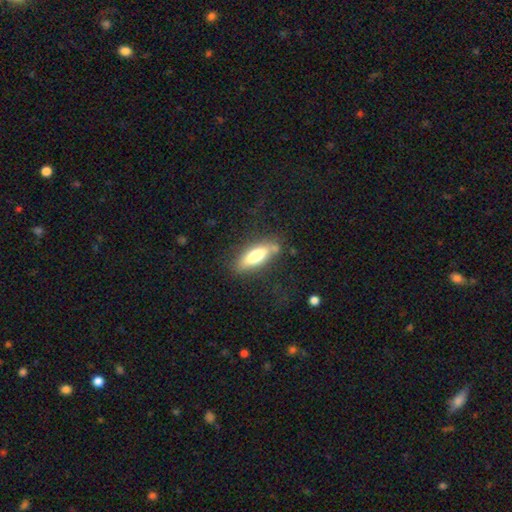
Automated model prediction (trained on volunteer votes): Smooth or featured? Predicted: smooth (p=0.67). How rounded? Predicted: in between (p=0.54). Merging? Predicted: none (p=0.72).